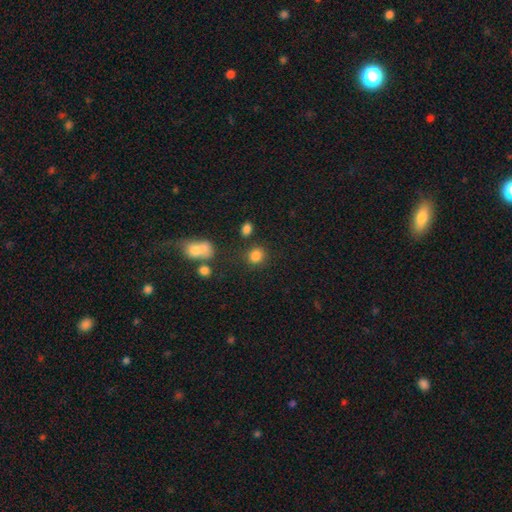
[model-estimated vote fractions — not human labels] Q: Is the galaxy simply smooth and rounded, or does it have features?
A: smooth — 83%.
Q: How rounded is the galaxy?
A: round — 67%.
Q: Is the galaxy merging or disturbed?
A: none — 75%.